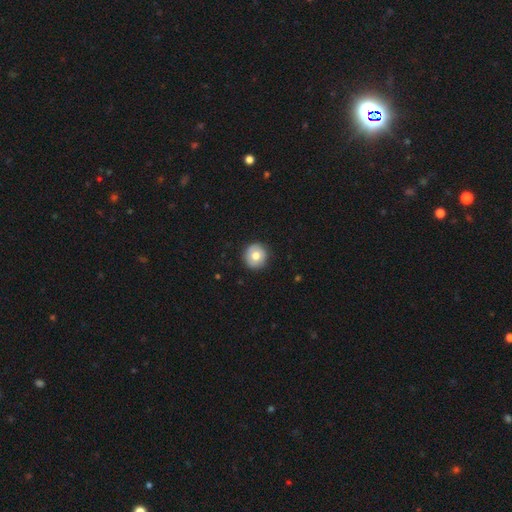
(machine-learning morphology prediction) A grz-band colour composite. It shows a smooth galaxy with no disk features (70%) that is round (93%). Merging: none (90%).